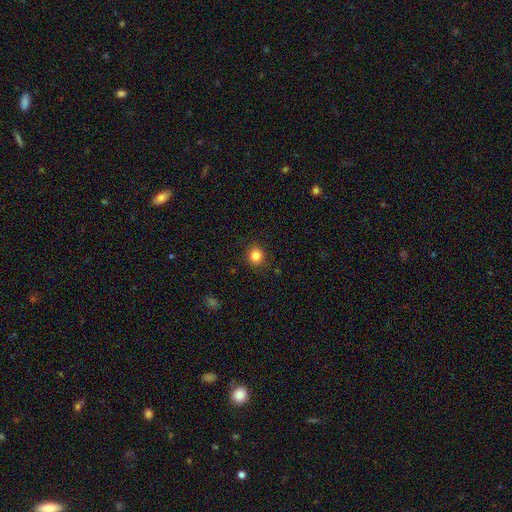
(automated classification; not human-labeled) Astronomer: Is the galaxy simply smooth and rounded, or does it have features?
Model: smooth — 84%.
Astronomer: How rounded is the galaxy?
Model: round — 87%.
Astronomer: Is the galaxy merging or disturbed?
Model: none — 89%.